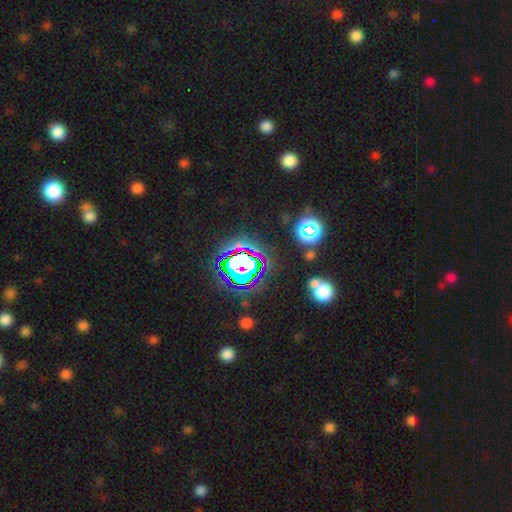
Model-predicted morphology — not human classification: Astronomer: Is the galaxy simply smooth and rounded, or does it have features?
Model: star or artifact — 70%.